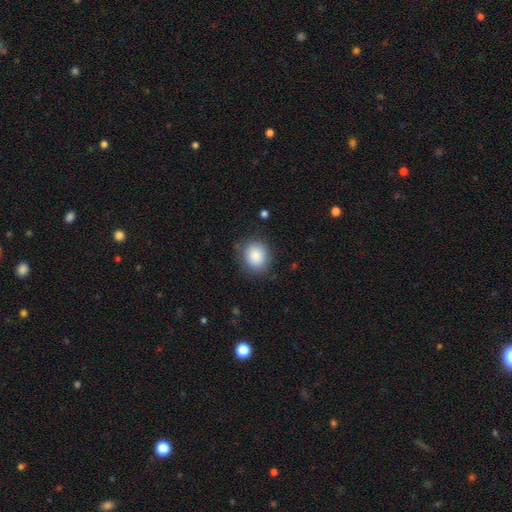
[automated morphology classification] A smooth galaxy with no disk features (87%) that is round (71%). Merging: none (82%).